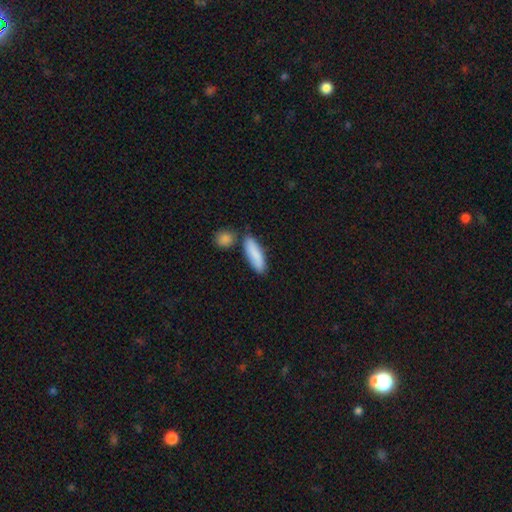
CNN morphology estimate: This appears to be a smooth galaxy with no disk features (86%) that is in between round and cigar-shaped (50%). Merging: none (73%).